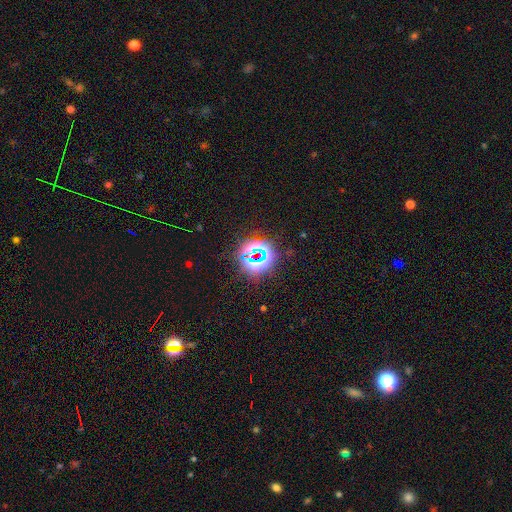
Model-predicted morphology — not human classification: smooth_or_featured: star or artifact (p=0.76) [alt: smooth p=0.14]